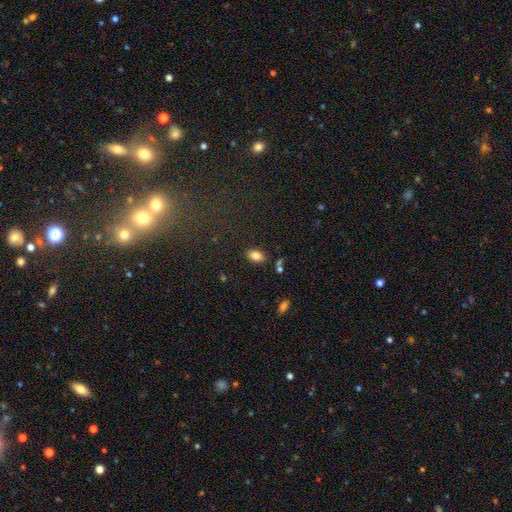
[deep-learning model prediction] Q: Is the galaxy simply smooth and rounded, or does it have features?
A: smooth — 83%.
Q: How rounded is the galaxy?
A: in between — 89%.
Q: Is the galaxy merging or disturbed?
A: none — 83%.